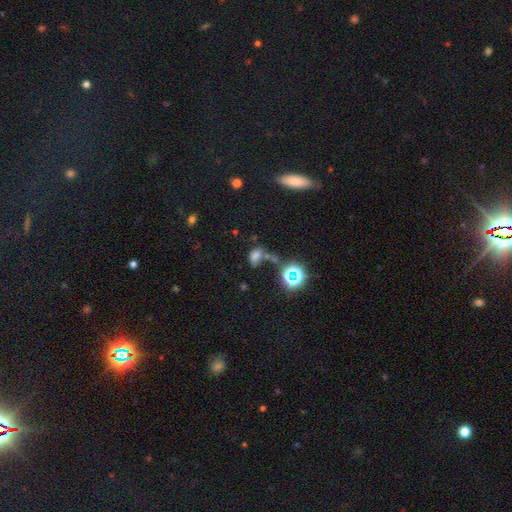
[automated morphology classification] smooth_or_featured: smooth (p=0.62) [alt: star or artifact p=0.28]
how_rounded: in between (p=0.82) [alt: round p=0.16]
merging: none (p=0.42) [alt: merger p=0.26]